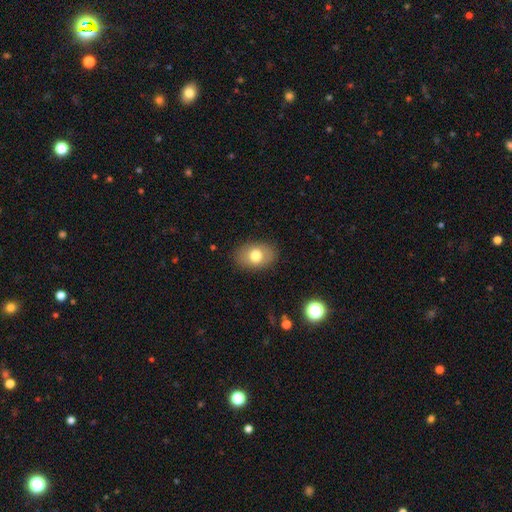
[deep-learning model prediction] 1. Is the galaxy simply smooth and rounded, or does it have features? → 74% smooth, 17% featured or disk, 9% star or artifact.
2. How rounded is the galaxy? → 81% in between, 18% round, 1% cigar-shaped.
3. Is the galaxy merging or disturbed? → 86% none, 10% minor disturbance, 3% major disturbance, 1% merger.